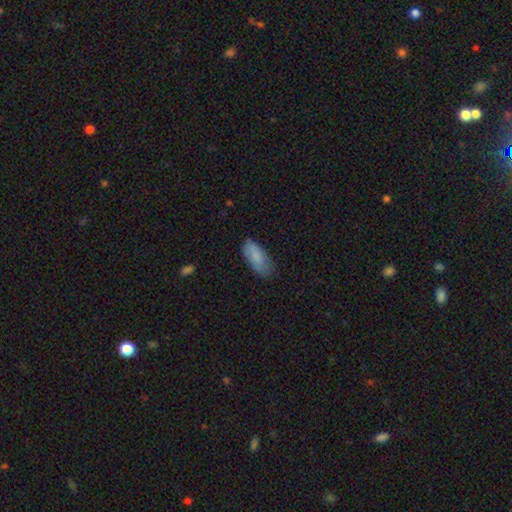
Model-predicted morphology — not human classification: This is clearly a smooth galaxy (84%). How rounded: clearly in between (87%). Merging: likely none (67%).